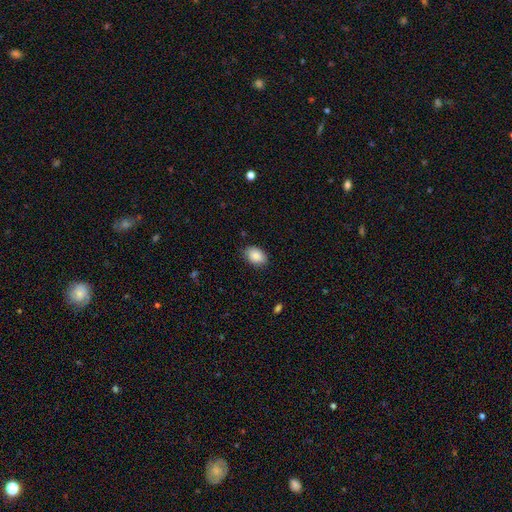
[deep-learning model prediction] This appears to be a smooth galaxy with no disk features (88%) that is in between round and cigar-shaped (85%). Merging: none (83%).